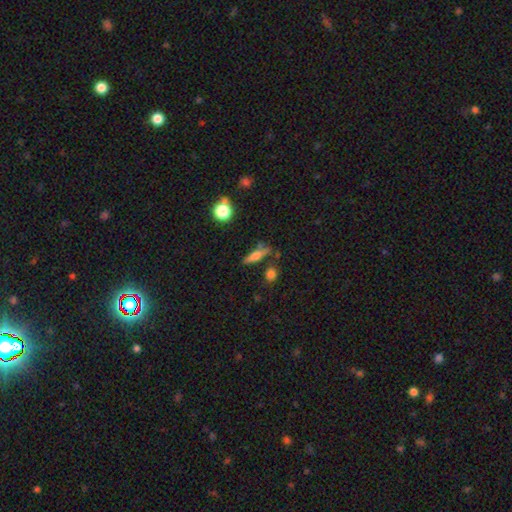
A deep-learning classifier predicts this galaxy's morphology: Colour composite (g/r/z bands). It shows a smooth galaxy with no disk features (53%) that is cigar-shaped (65%). Merging: none (66%).